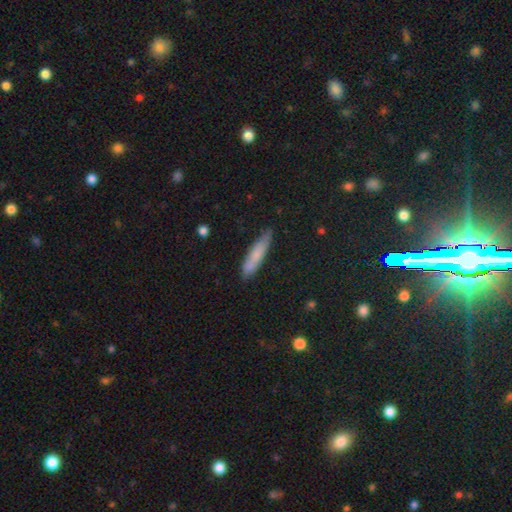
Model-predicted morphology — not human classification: The model was most divided on "smooth or featured": smooth: 69%, featured or disk: 23%, star or artifact: 8%. More confident: how rounded — cigar-shaped (84%); merging — none (78%).